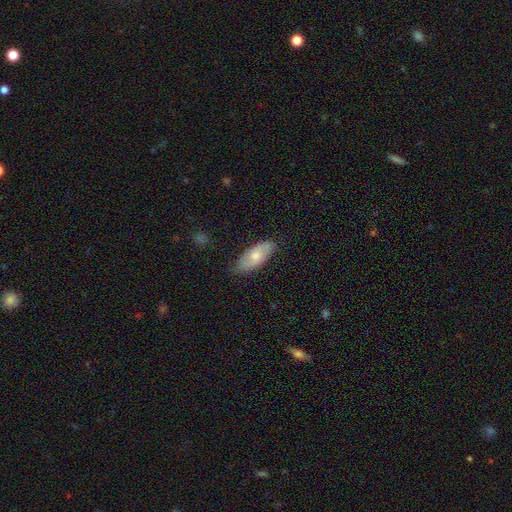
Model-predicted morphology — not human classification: Q: Smooth or featured?
A: smooth (64%); runner-up: featured or disk (30%)
Q: How rounded?
A: in between (86%); runner-up: cigar-shaped (12%)
Q: Merging?
A: none (80%); runner-up: minor disturbance (16%)